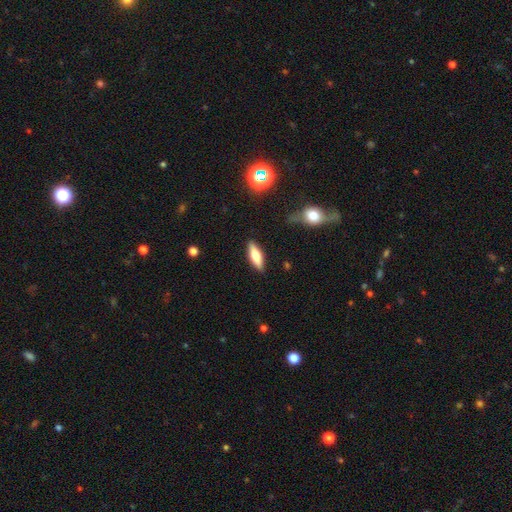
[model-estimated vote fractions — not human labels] Morphology: type=smooth (64%); roundness=in between (49%, tied with cigar-shaped); merging=none (86%).